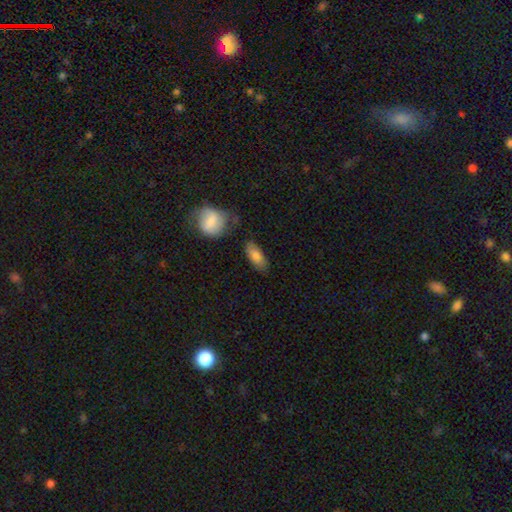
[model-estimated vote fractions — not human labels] Smooth or featured? smooth (82%)
How rounded? in between (83%)
Merging? none (72%)